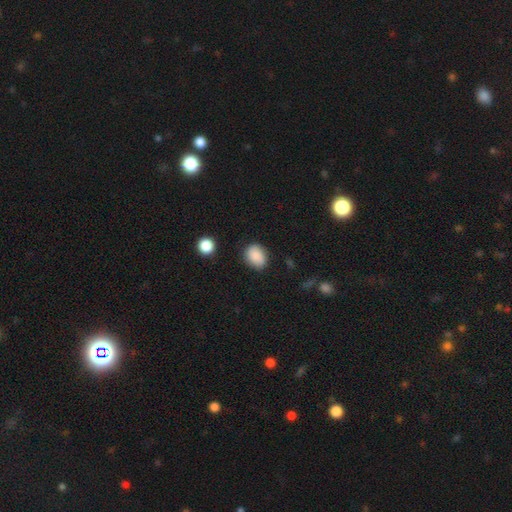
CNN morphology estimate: smooth_or_featured: smooth (p=0.87) [alt: star or artifact p=0.08]
how_rounded: in between (p=0.59) [alt: round p=0.40]
merging: none (p=0.80) [alt: minor disturbance p=0.15]